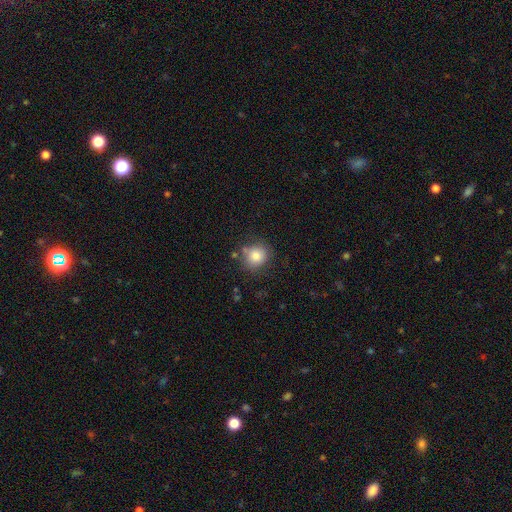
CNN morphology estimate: Smooth or featured? Predicted: smooth (p=0.82). How rounded? Predicted: round (p=0.83). Merging? Predicted: none (p=0.74).